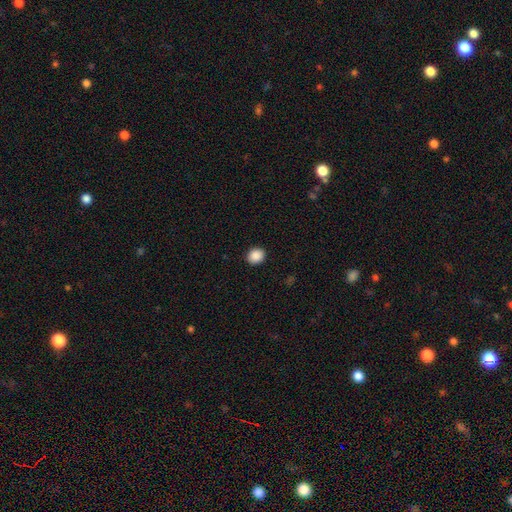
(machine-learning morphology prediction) The model was most divided on "how rounded": round: 74%, in between: 25%, cigar-shaped: 1%. More confident: merging — none (91%); smooth or featured — smooth (89%).